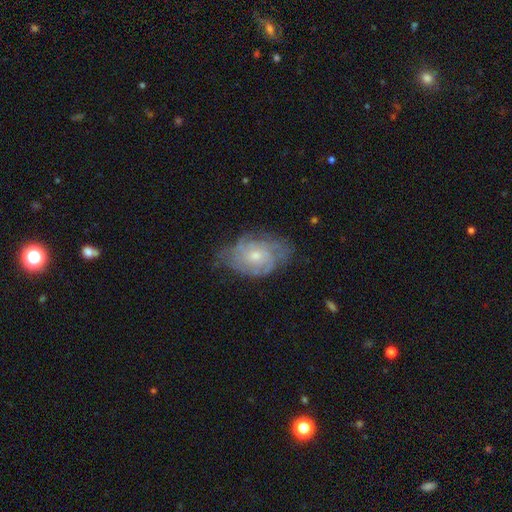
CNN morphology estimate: smooth-or-featured: featured or disk: 75% | smooth: 18% | star or artifact: 7%
  disk-edge-on: no: 96% | yes: 4%
    bar: no: 75% | weak: 22% | strong: 3%
    has-spiral-arms: yes: 87% | no: 13%
      spiral-winding: tight: 60% | medium: 31% | loose: 9%
      spiral-arm-count: can't tell: 52% | 2: 16% | 3: 13% | 4: 10% | more than 4: 5% | 1: 4%
    bulge-size: small: 53% | moderate: 42% | none: 2% | large: 2% | dominant: 1%
  merging: none: 60% | minor disturbance: 27% | major disturbance: 11% | merger: 1%